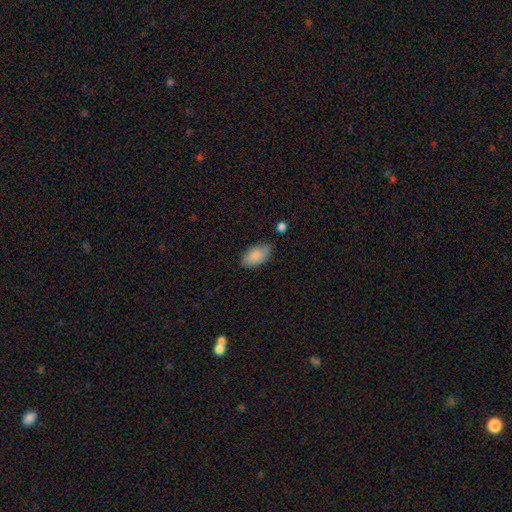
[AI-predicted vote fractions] smooth 83%, featured or disk 10%, star or artifact 7%. Down the decision tree: how rounded — in between (94%); merging — none (77%).